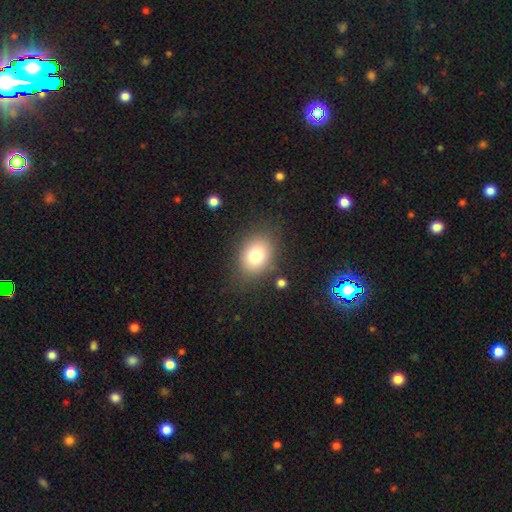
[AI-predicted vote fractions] Morphology: type=smooth (78%); roundness=in between (61%); merging=none (80%).